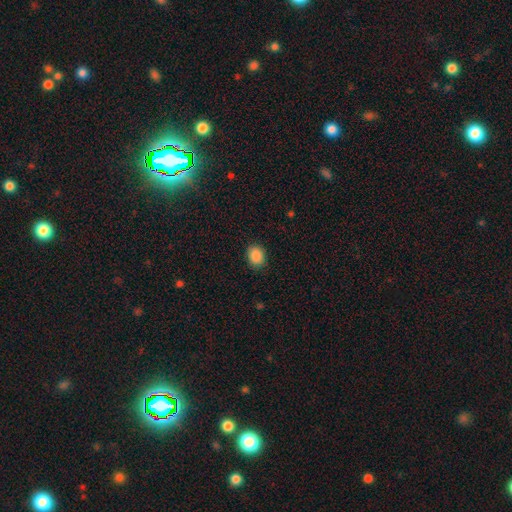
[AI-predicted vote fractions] Q: Smooth or featured?
A: smooth (88%); runner-up: star or artifact (9%)
Q: How rounded?
A: round (50%); runner-up: in between (49%)
Q: Merging?
A: none (87%); runner-up: minor disturbance (9%)